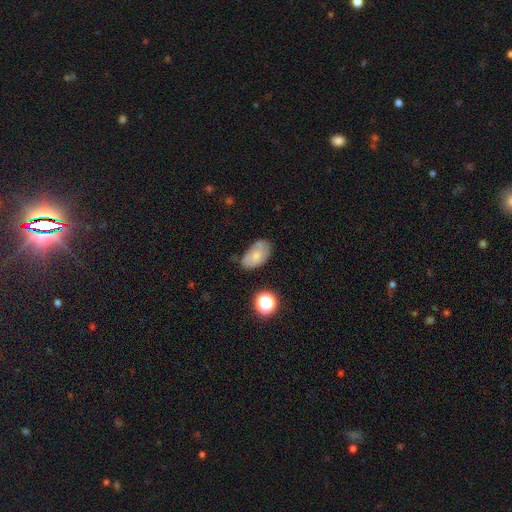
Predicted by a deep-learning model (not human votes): Smooth or featured? Predicted: smooth (p=0.67). How rounded? Predicted: in between (p=0.92). Merging? Predicted: none (p=0.61).